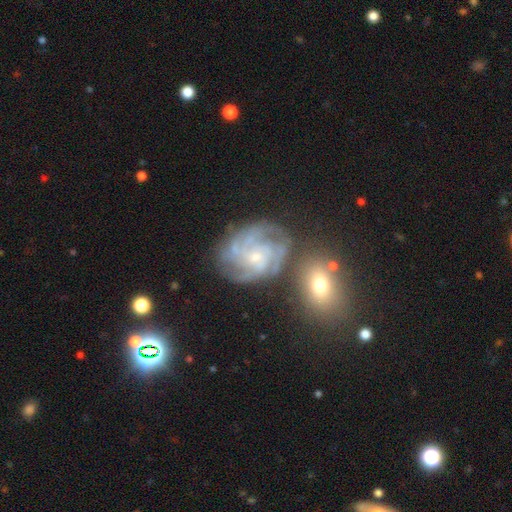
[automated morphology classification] Q: Smooth or featured?
A: featured or disk (85%); runner-up: smooth (8%)
Q: Edge-on disk?
A: no (98%); runner-up: yes (2%)
Q: Bar?
A: no (69%); runner-up: weak (26%)
Q: Spiral arms?
A: yes (96%); runner-up: no (4%)
Q: Spiral winding?
A: tight (58%); runner-up: medium (35%)
Q: Spiral arm count?
A: 3 (26%); runner-up: 4 (25%)
Q: Bulge size?
A: small (75%); runner-up: moderate (18%)
Q: Merging?
A: none (63%); runner-up: minor disturbance (18%)